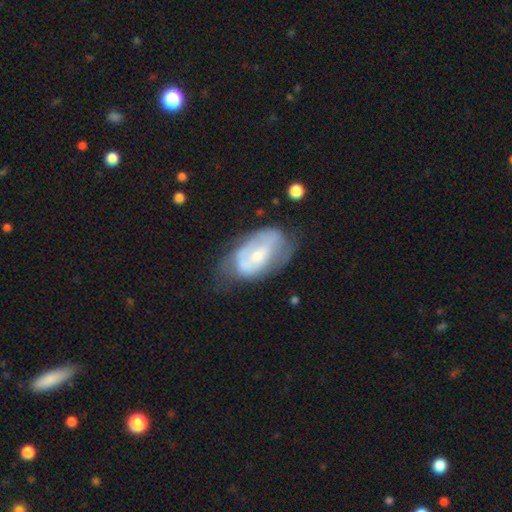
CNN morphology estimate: Smooth or featured? featured or disk (63%)
Edge-on disk? no (95%)
Bar? no (52%)
Spiral arms? yes (58%)
Bulge size? small (47%)
Merging? none (42%)